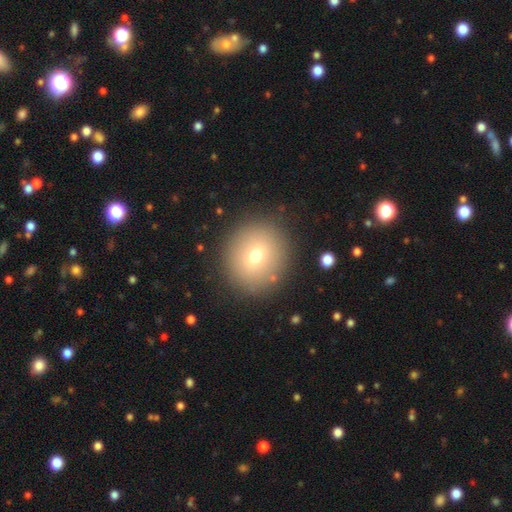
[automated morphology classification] smooth-or-featured: smooth: 70% | featured or disk: 15% | star or artifact: 15%
  how-rounded: round: 91% | in between: 8% | cigar-shaped: 1%
  merging: none: 89% | minor disturbance: 7% | major disturbance: 3% | merger: 2%